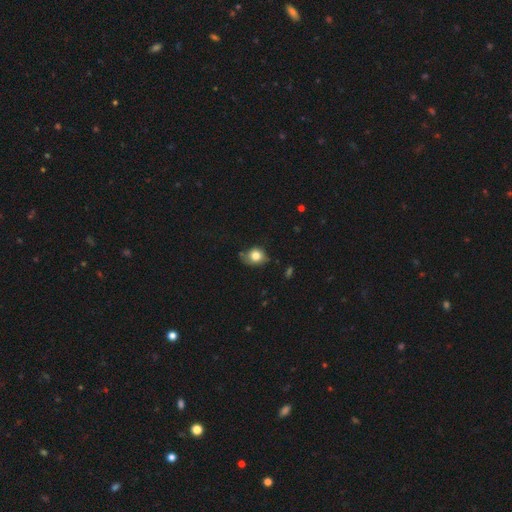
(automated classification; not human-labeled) Morphology: type=smooth (78%); roundness=round (59%); merging=none (57%).